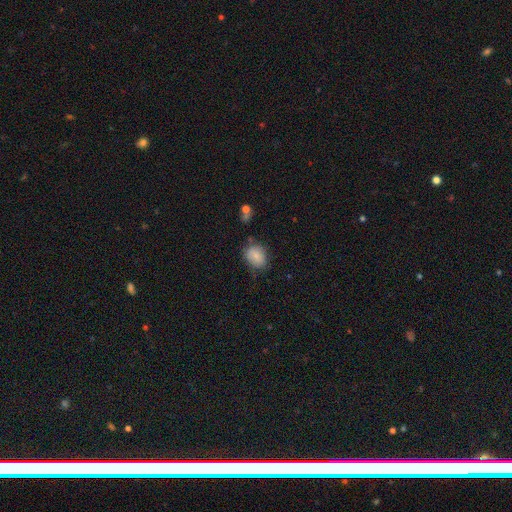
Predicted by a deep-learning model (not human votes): Smooth or featured? smooth (81%)
How rounded? in between (59%)
Merging? none (68%)